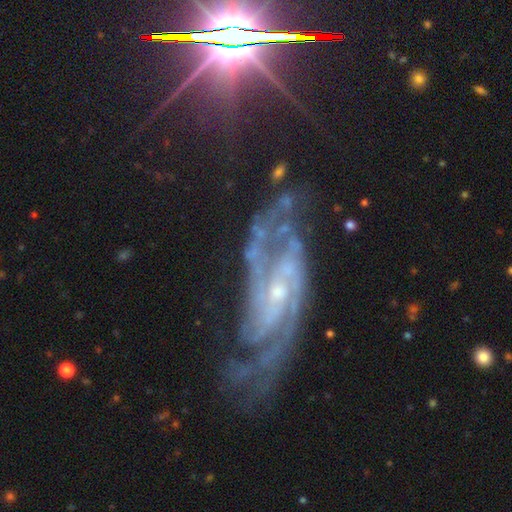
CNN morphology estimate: Smooth or featured?
  - featured or disk: 88% *
  - star or artifact: 7%
  - smooth: 5%
Edge-on disk?
  - no: 94% *
  - yes: 6%
Bar?
  - no: 62% *
  - weak: 29%
  - strong: 9%
Spiral arms?
  - yes: 97% *
  - no: 3%
Spiral winding?
  - tight: 45% *
  - medium: 42%
  - loose: 13%
Spiral arm count?
  - 2: 43% *
  - can't tell: 19%
  - 3: 17%
  - 4: 8%
  - 1: 6%
  - more than 4: 6%
Bulge size?
  - small: 65% *
  - moderate: 30%
  - none: 2%
  - large: 2%
  - dominant: 1%
Merging?
  - none: 60% *
  - minor disturbance: 21%
  - major disturbance: 15%
  - merger: 4%